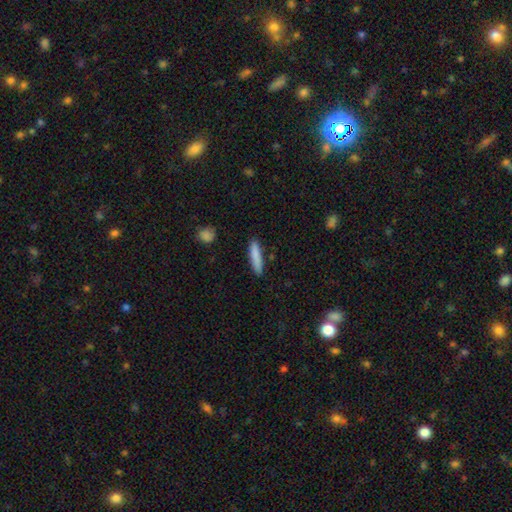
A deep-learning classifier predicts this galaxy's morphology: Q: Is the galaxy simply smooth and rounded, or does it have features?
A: smooth — 85%.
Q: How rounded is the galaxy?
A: cigar-shaped — 85%.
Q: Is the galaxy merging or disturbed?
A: none — 87%.